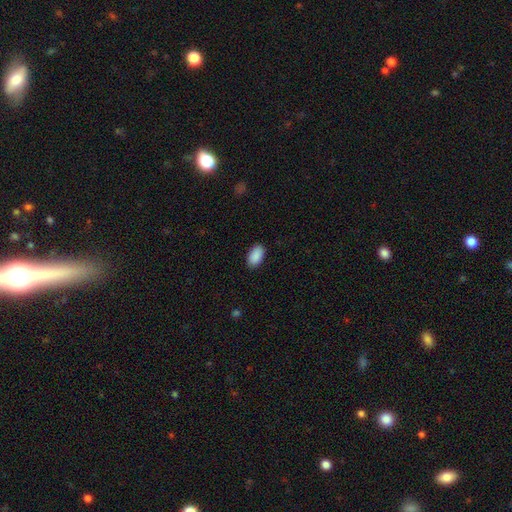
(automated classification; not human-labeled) Smooth or featured? Predicted: smooth (p=0.90). How rounded? Predicted: in between (p=0.94). Merging? Predicted: none (p=0.89).